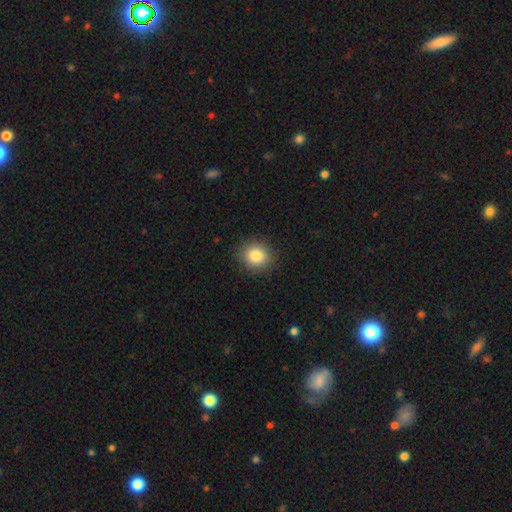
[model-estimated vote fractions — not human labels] A smooth galaxy with no disk features (84%) that is round (83%).

Vote fractions:
- Smooth or featured? smooth: 84% / star or artifact: 10% / featured or disk: 6%
- How rounded? round: 83% / in between: 16% / cigar-shaped: 1%
- Merging? none: 90% / minor disturbance: 7% / major disturbance: 2% / merger: 1%